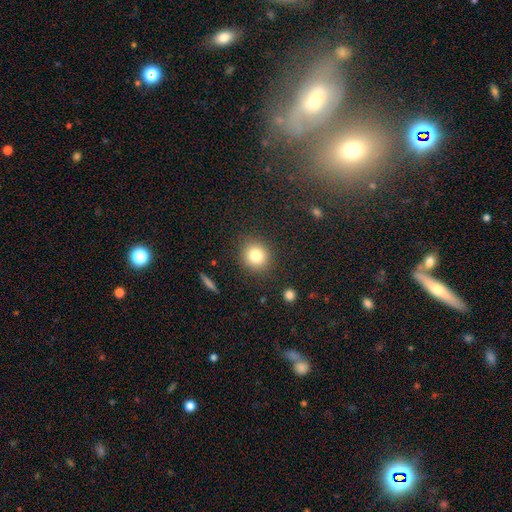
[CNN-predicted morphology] type=smooth (80%); roundness=round (83%); merging=none (87%).